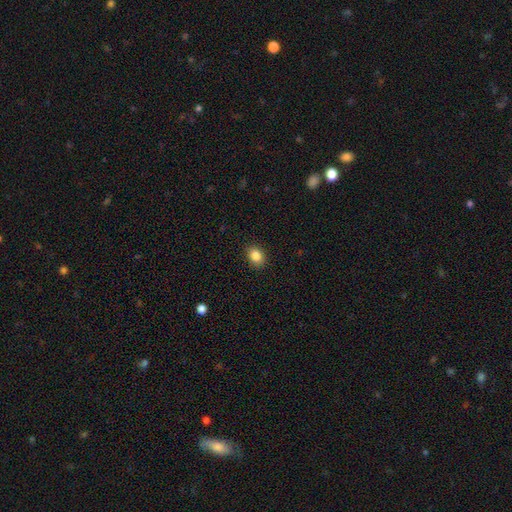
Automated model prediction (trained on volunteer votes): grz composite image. It shows a smooth galaxy with no disk features (86%) that is in between round and cigar-shaped (61%). Merging: none (89%).